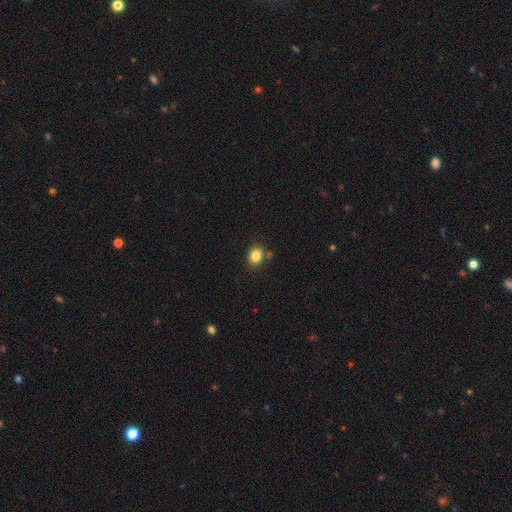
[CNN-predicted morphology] smooth_or_featured: smooth (p=0.84) [alt: star or artifact p=0.10]
how_rounded: in between (p=0.50) [alt: round p=0.49]
merging: none (p=0.78) [alt: minor disturbance p=0.12]